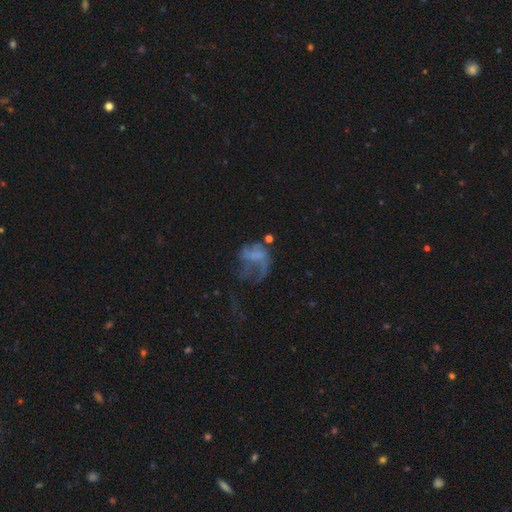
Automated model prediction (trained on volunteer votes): Smooth or featured? Predicted: featured or disk (p=0.50). Merging? Predicted: major disturbance (p=0.58).